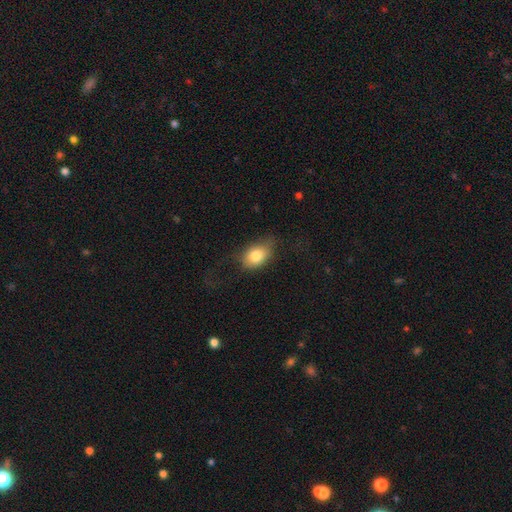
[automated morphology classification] Smooth or featured: smooth — 79% (featured or disk — 12%)
How rounded: in between — 77% (round — 21%)
Merging: none — 59% (minor disturbance — 25%)